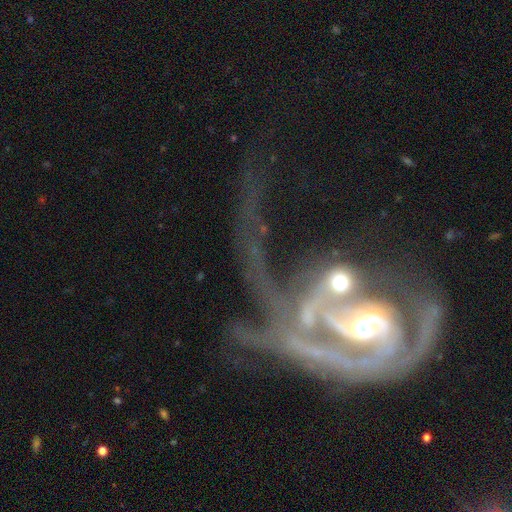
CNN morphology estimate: A featured or disk galaxy (81%) with no bar (49%), 2 (41%) loose (38%) spiral arms (81%) and a moderate central bulge (57%).

Vote fractions:
- Smooth or featured? featured or disk: 81% / star or artifact: 10% / smooth: 9%
- Edge-on disk? no: 94% / yes: 6%
- Bar? no: 49% / weak: 31% / strong: 21%
- Spiral arms? yes: 81% / no: 19%
- Spiral winding? loose: 38% / medium: 35% / tight: 28%
- Spiral arm count? 2: 41% / can't tell: 26% / 1: 14% / 3: 9% / 4: 5% / more than 4: 5%
- Bulge size? moderate: 57% / small: 27% / large: 9% / none: 5% / dominant: 3%
- Merging? merger: 48% / major disturbance: 31% / none: 13% / minor disturbance: 8%